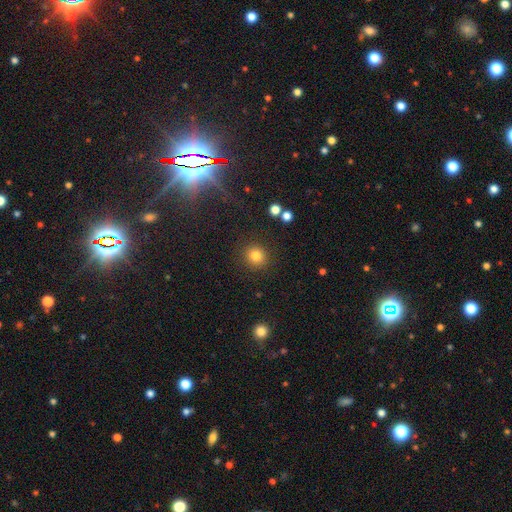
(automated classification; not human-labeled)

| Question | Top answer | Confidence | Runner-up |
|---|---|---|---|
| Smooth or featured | smooth | 82% | star or artifact (12%) |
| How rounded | round | 89% | in between (10%) |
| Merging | none | 89% | minor disturbance (6%) |